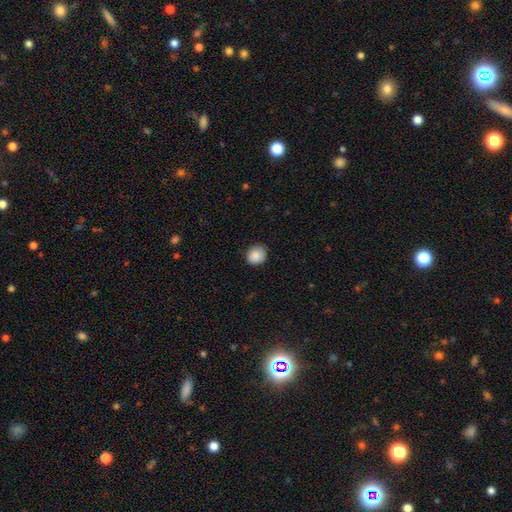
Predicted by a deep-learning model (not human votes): This is clearly a smooth galaxy (89%). How rounded: likely round (78%). Merging: clearly none (84%).